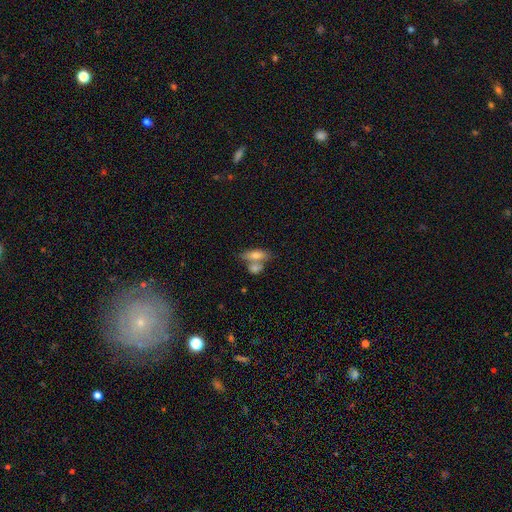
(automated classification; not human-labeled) Smooth or featured? smooth (72%)
How rounded? in between (72%)
Merging? merger (51%)